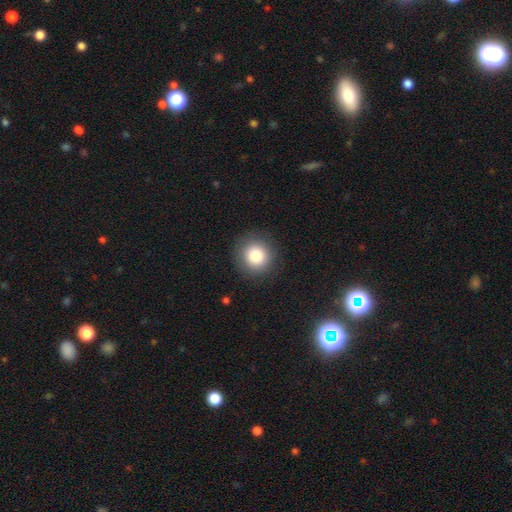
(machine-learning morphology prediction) Smooth or featured? smooth (83%)
How rounded? round (94%)
Merging? none (90%)